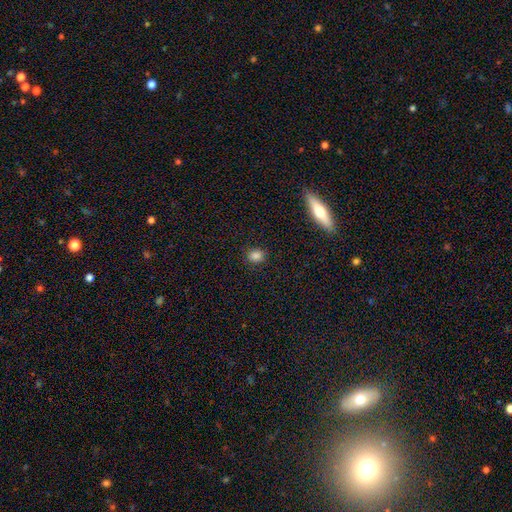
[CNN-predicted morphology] This is clearly a smooth galaxy (83%). How rounded: possibly round (58%). Merging: clearly none (88%).